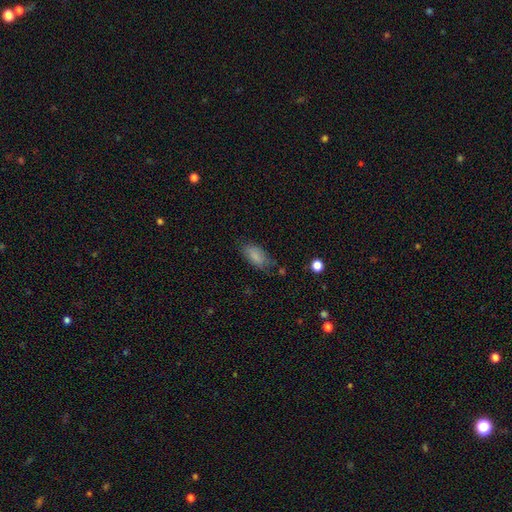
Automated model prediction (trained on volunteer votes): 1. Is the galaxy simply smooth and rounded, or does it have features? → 83% smooth, 9% featured or disk, 7% star or artifact.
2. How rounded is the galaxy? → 89% in between, 8% cigar-shaped, 3% round.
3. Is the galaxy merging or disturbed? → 68% none, 24% minor disturbance, 6% major disturbance, 3% merger.